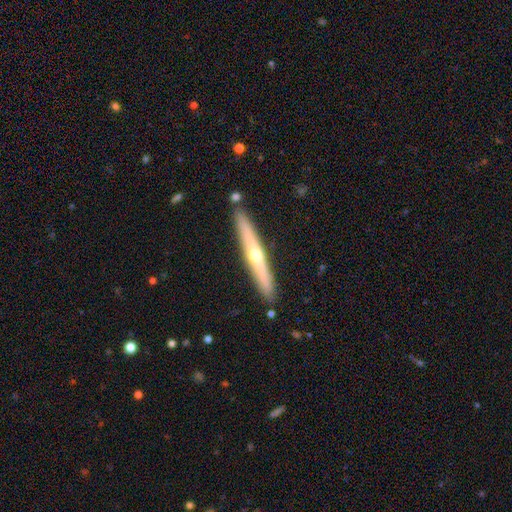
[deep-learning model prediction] smooth-or-featured: featured or disk: 64% | smooth: 30% | star or artifact: 5%
  disk-edge-on: yes: 95% | no: 5%
    edge-on-bulge: rounded: 83% | none: 15% | boxy: 2%
  merging: none: 90% | minor disturbance: 7% | merger: 2% | major disturbance: 1%